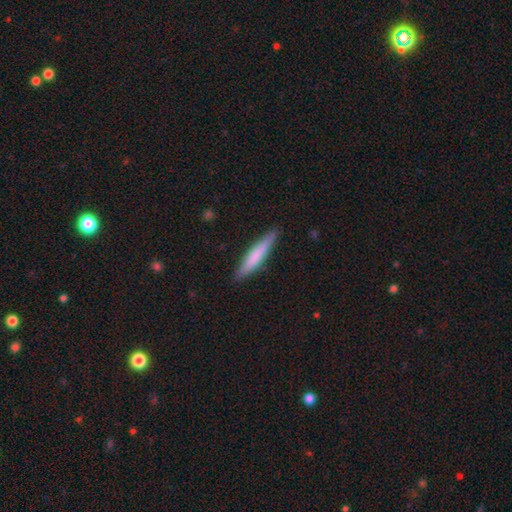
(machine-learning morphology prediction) Smooth or featured: smooth — 67% (featured or disk — 28%)
How rounded: cigar-shaped — 92% (in between — 7%)
Merging: none — 89% (minor disturbance — 8%)